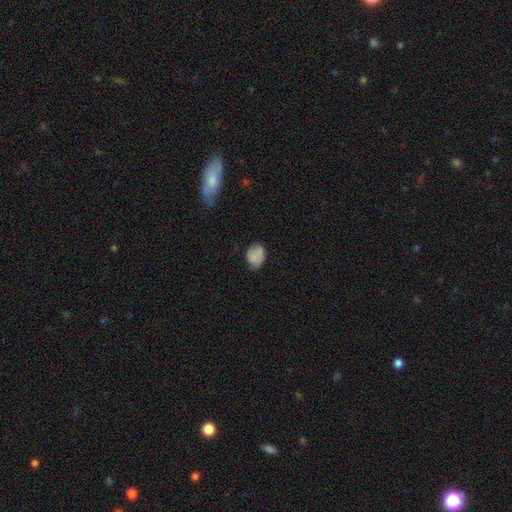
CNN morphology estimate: Smooth or featured? smooth (76%)
How rounded? in between (68%)
Merging? none (66%)